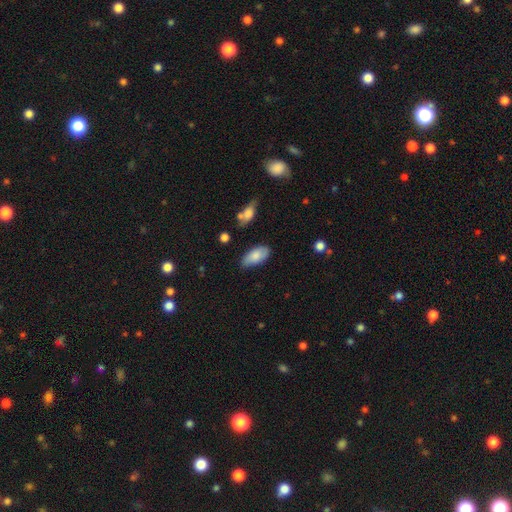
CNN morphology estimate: smooth 80%, featured or disk 13%, star or artifact 6%. Down the decision tree: how rounded — in between (92%); merging — none (72%).